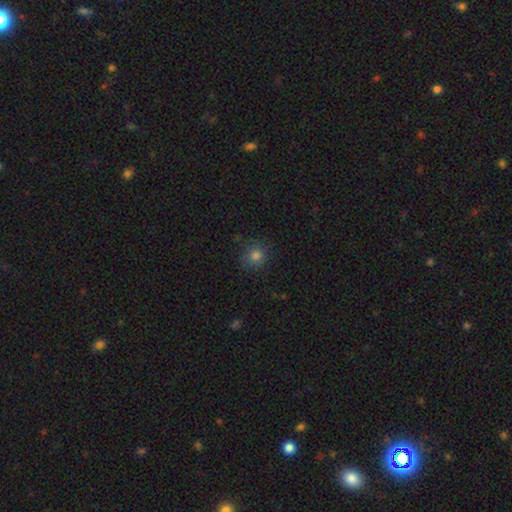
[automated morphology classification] A smooth galaxy with no disk features (80%) that is round (82%). Merging: none (80%).